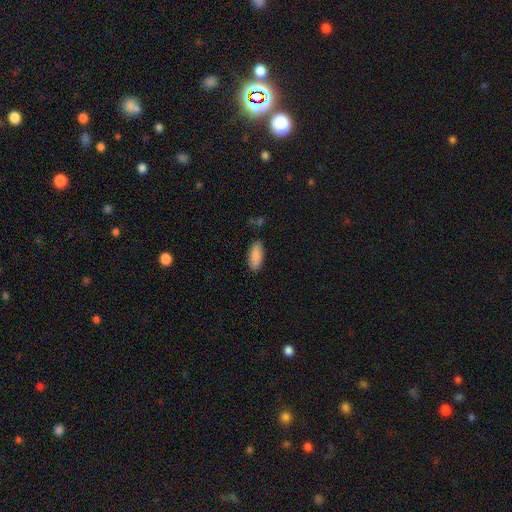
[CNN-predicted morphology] type=smooth (87%); roundness=in between (80%); merging=none (86%).